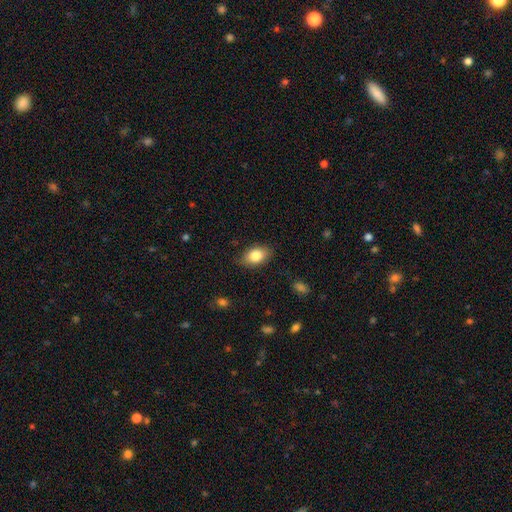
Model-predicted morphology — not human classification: Smooth or featured? Predicted: smooth (p=0.82). How rounded? Predicted: in between (p=0.86). Merging? Predicted: none (p=0.82).